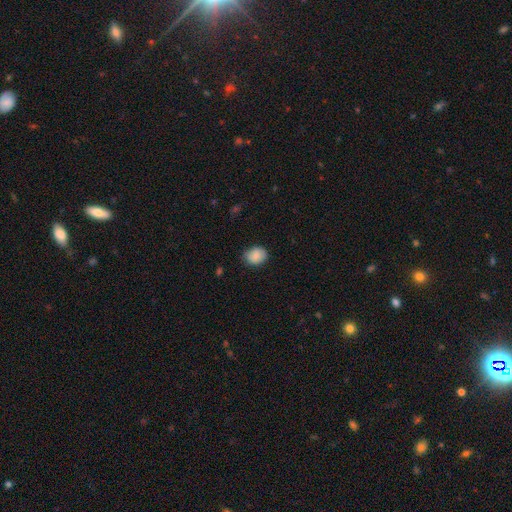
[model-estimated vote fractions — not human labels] smooth-or-featured: smooth: 85% | star or artifact: 8% | featured or disk: 7%
  how-rounded: in between: 54% | round: 45% | cigar-shaped: 1%
  merging: none: 75% | minor disturbance: 20% | major disturbance: 4% | merger: 1%